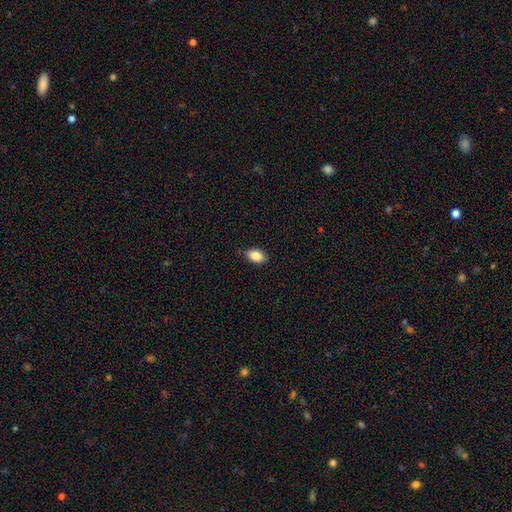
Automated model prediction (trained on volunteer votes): The model was most divided on "merging": none: 82%, minor disturbance: 14%, major disturbance: 2%, merger: 1%. More confident: how rounded — in between (91%); smooth or featured — smooth (87%).